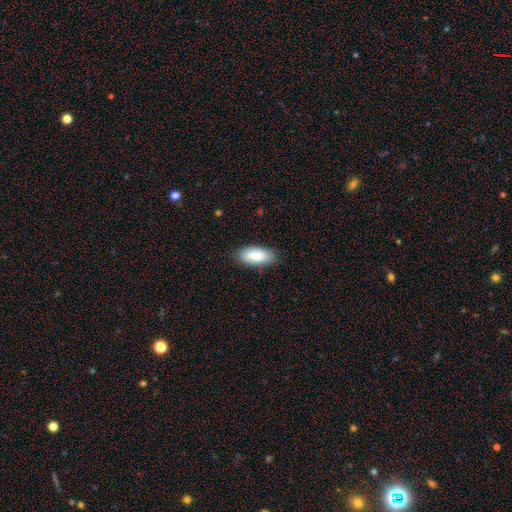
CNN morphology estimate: A smooth galaxy with no disk features (82%) that is in between round and cigar-shaped (88%). Merging: none (83%).